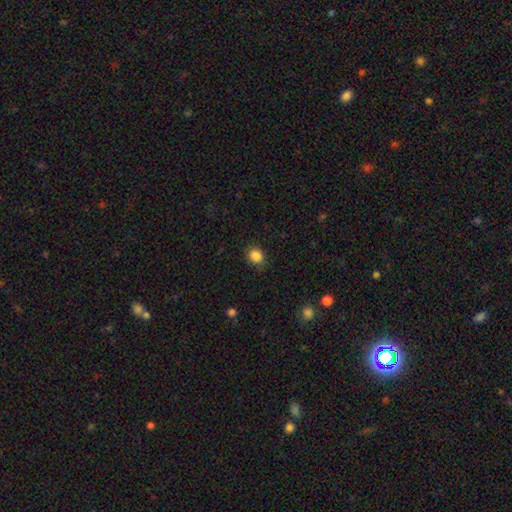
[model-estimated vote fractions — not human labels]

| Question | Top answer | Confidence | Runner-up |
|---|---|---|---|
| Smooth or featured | smooth | 86% | star or artifact (10%) |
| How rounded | round | 68% | in between (31%) |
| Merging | none | 86% | minor disturbance (10%) |